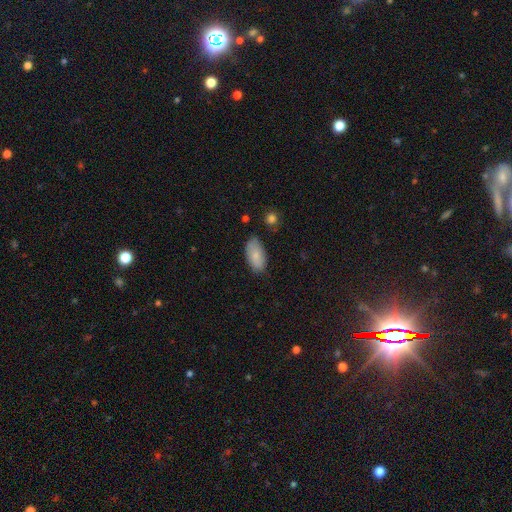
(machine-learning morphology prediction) A smooth galaxy with no disk features (83%) that is in between round and cigar-shaped (94%).

Vote fractions:
- Smooth or featured? smooth: 83% / featured or disk: 11% / star or artifact: 6%
- How rounded? in between: 94% / cigar-shaped: 3% / round: 3%
- Merging? none: 77% / minor disturbance: 18% / major disturbance: 3% / merger: 2%